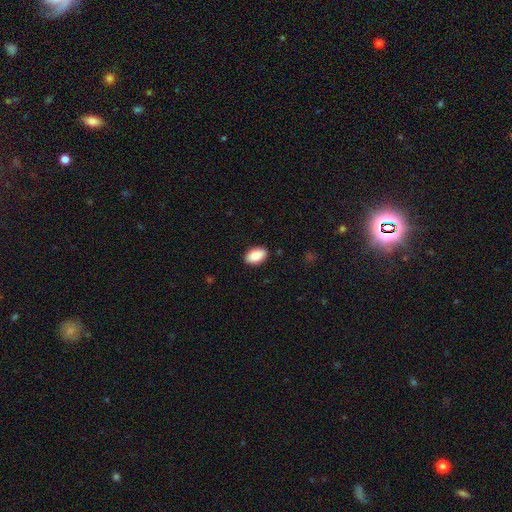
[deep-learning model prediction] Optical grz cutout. It shows a smooth galaxy with no disk features (89%) that is in between round and cigar-shaped (93%). Merging: none (88%).